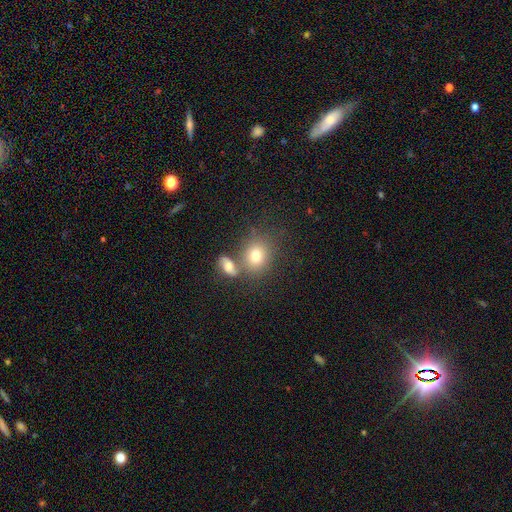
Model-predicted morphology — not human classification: This appears to be a smooth galaxy with no disk features (75%) that is round (63%). Merging: none (56%).